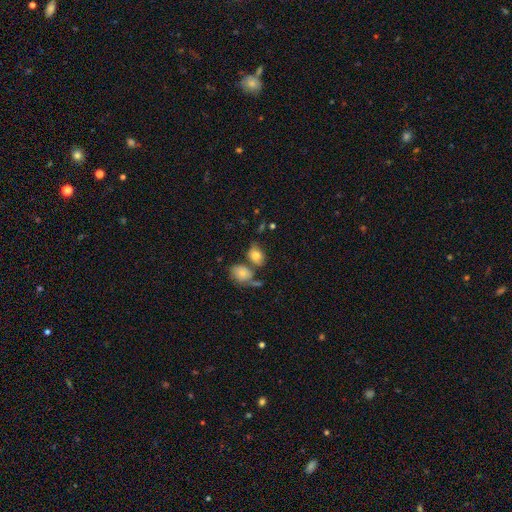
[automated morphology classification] smooth-or-featured: smooth: 77% | featured or disk: 15% | star or artifact: 8%
  how-rounded: in between: 77% | round: 22% | cigar-shaped: 2%
  merging: none: 48% | merger: 30% | minor disturbance: 16% | major disturbance: 7%